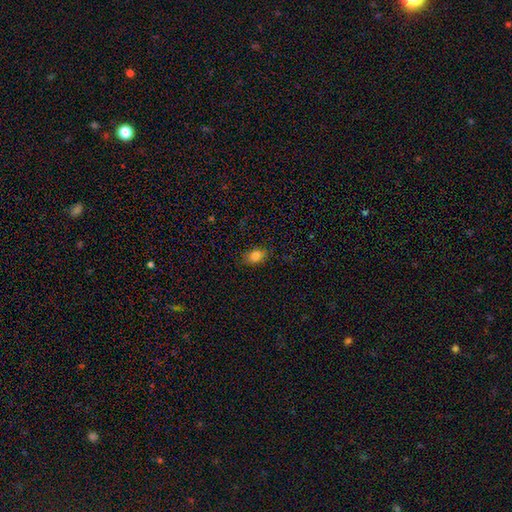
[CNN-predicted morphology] This appears to be a smooth galaxy with no disk features (82%) that is in between round and cigar-shaped (78%). Merging: none (84%).